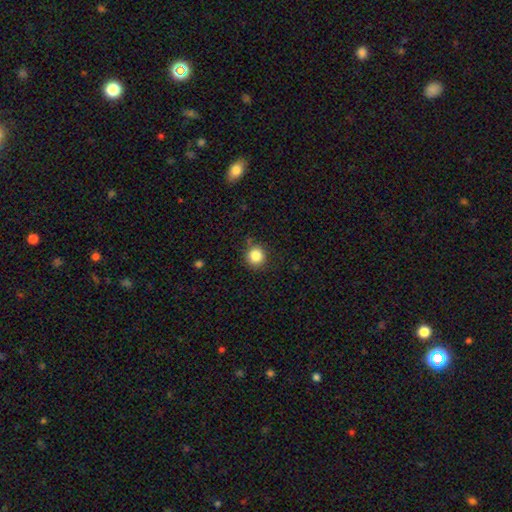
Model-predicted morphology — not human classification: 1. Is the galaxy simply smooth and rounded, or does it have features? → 85% smooth, 11% star or artifact, 5% featured or disk.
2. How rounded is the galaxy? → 93% round, 6% in between, 1% cigar-shaped.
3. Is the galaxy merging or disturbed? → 85% none, 10% minor disturbance, 3% major disturbance, 2% merger.